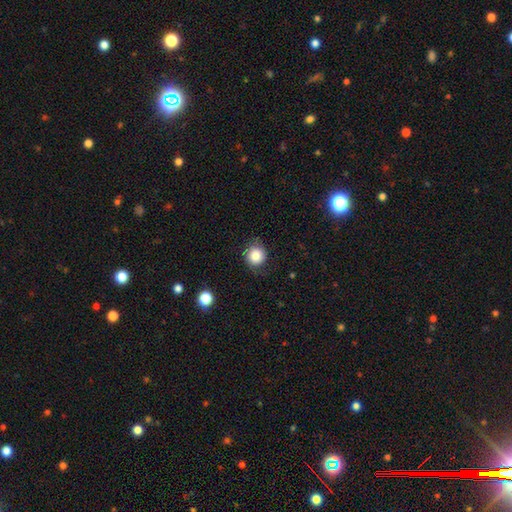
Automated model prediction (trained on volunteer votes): Smooth or featured? smooth (82%)
How rounded? round (88%)
Merging? none (75%)